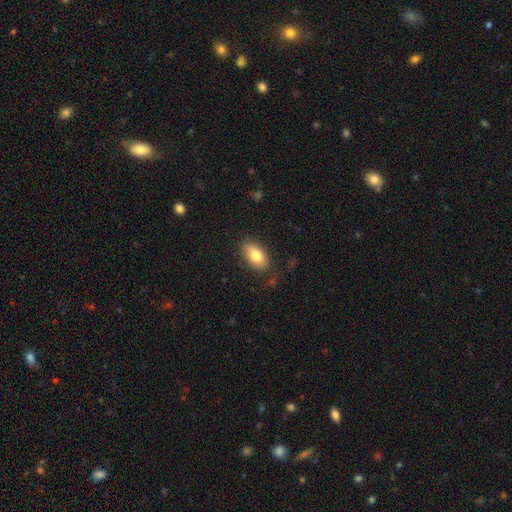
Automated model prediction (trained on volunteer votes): The model was most divided on "smooth or featured": smooth: 78%, featured or disk: 15%, star or artifact: 7%. More confident: how rounded — in between (91%); merging — none (81%).